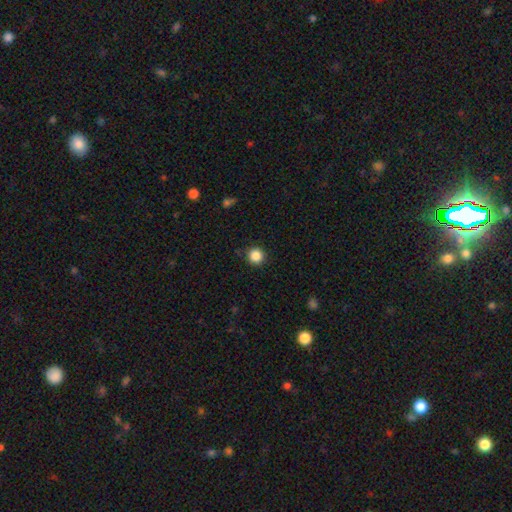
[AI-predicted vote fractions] Morphology: type=smooth (86%); roundness=round (94%); merging=none (88%).